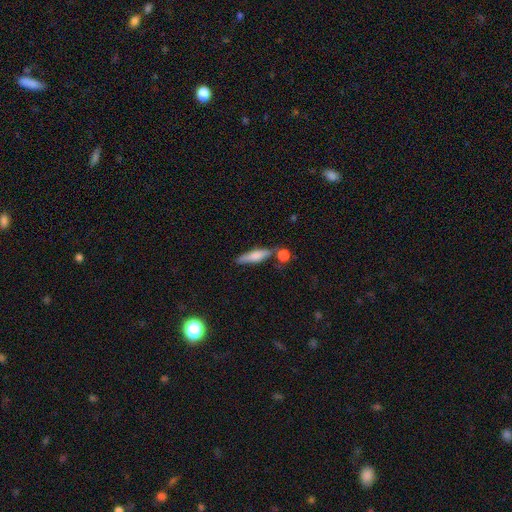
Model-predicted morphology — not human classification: This appears to be a smooth galaxy with no disk features (67%) that is cigar-shaped (69%). Merging: none (64%).